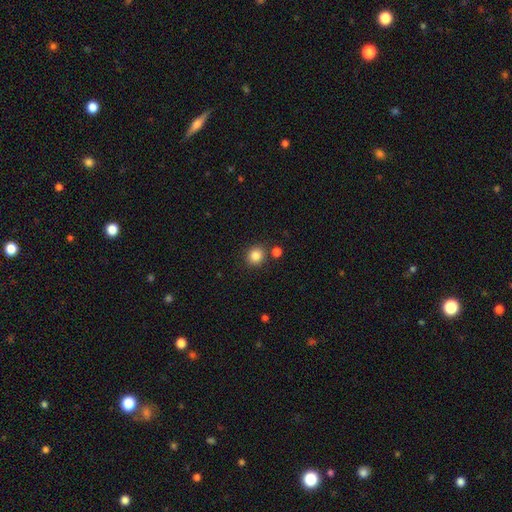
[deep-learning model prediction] Smooth or featured? Predicted: smooth (p=0.85). How rounded? Predicted: round (p=0.84). Merging? Predicted: none (p=0.83).